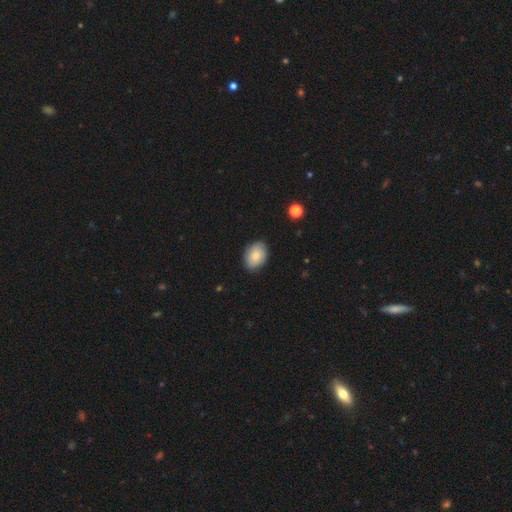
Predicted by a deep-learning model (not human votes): smooth 83%, featured or disk 11%, star or artifact 7%. Down the decision tree: how rounded — in between (79%); merging — none (84%).